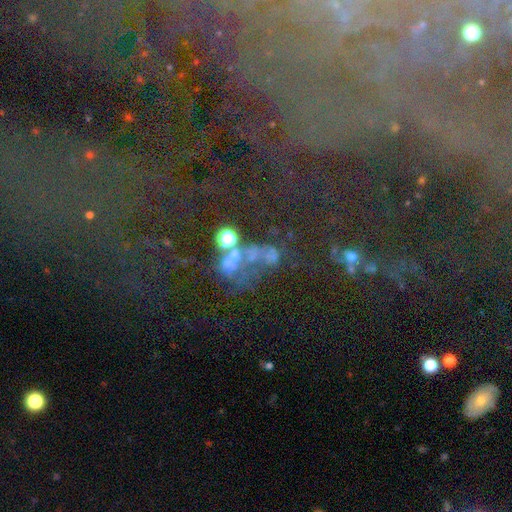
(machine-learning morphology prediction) Smooth or featured?
  - star or artifact: 41% *
  - featured or disk: 30%
  - smooth: 29%